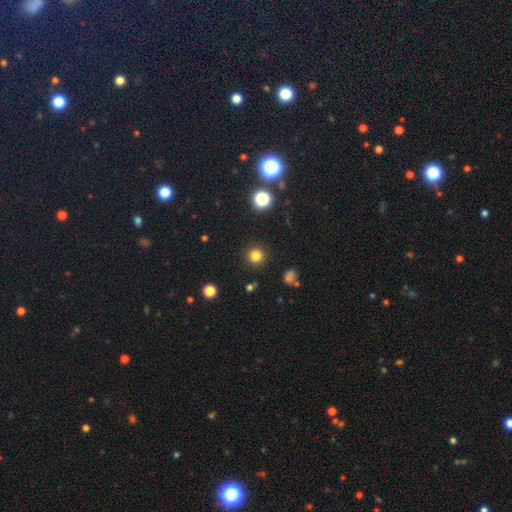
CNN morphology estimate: smooth_or_featured: smooth (p=0.81) [alt: star or artifact p=0.15]
how_rounded: round (p=0.95) [alt: in between p=0.04]
merging: none (p=0.91) [alt: minor disturbance p=0.05]